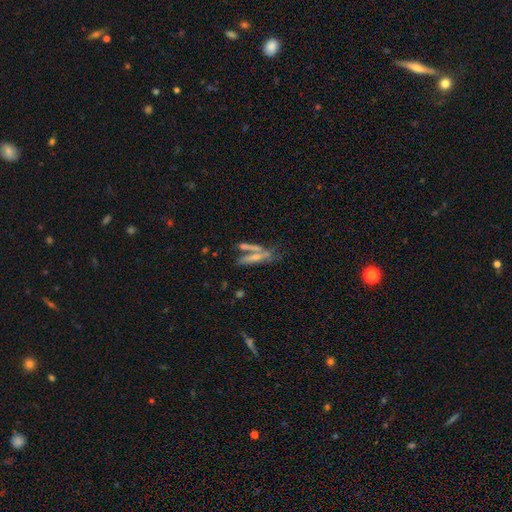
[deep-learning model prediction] A smooth galaxy with no disk features (54%) that is cigar-shaped (76%).

Vote fractions:
- Smooth or featured? smooth: 54% / featured or disk: 36% / star or artifact: 10%
- How rounded? cigar-shaped: 76% / in between: 20% / round: 3%
- Merging? none: 42% / merger: 37% / minor disturbance: 13% / major disturbance: 8%